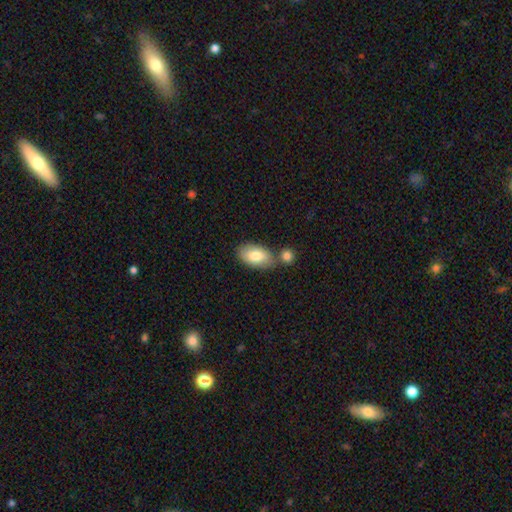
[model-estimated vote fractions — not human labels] Smooth or featured: smooth — 80% (featured or disk — 14%)
How rounded: in between — 93% (round — 5%)
Merging: none — 59% (merger — 25%)